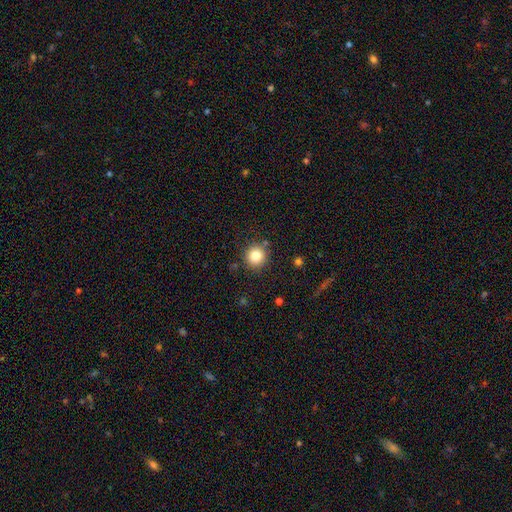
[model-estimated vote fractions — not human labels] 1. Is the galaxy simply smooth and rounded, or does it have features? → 82% smooth, 11% star or artifact, 6% featured or disk.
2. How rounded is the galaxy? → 94% round, 5% in between, 1% cigar-shaped.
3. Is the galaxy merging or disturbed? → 87% none, 8% minor disturbance, 3% merger, 2% major disturbance.